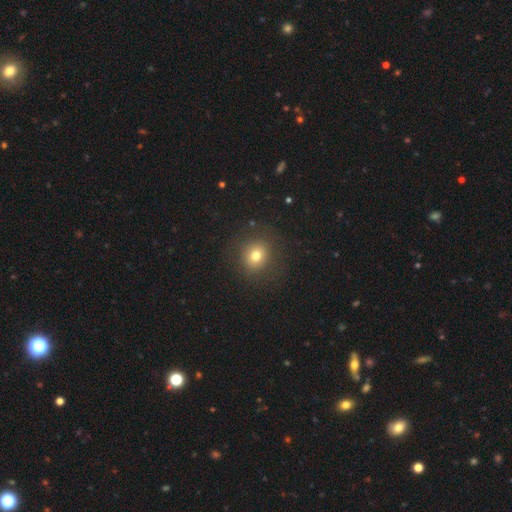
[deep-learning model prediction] Morphology: type=smooth (75%); roundness=round (84%); merging=none (86%).